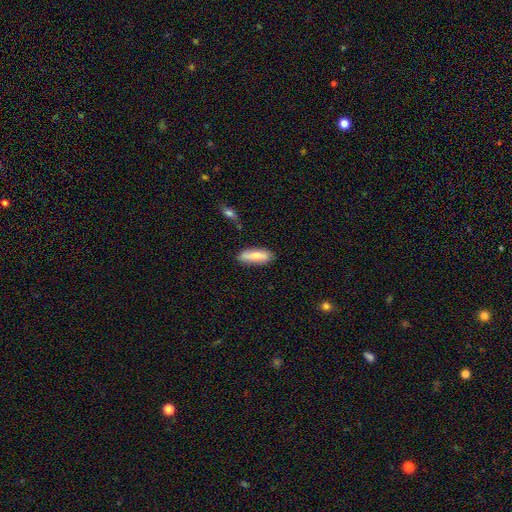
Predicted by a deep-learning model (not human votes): The model was most divided on "how rounded": in between: 51%, cigar-shaped: 47%, round: 2%. More confident: merging — none (80%); smooth or featured — smooth (73%).